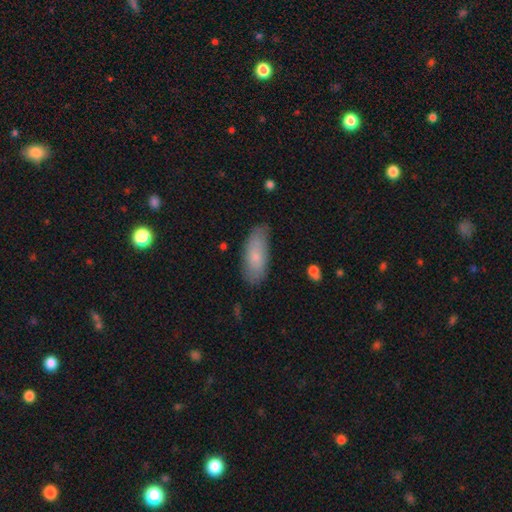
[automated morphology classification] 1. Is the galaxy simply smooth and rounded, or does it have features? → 72% smooth, 21% featured or disk, 7% star or artifact.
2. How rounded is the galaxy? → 80% in between, 18% cigar-shaped, 2% round.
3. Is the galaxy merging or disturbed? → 76% none, 19% minor disturbance, 4% major disturbance, 1% merger.